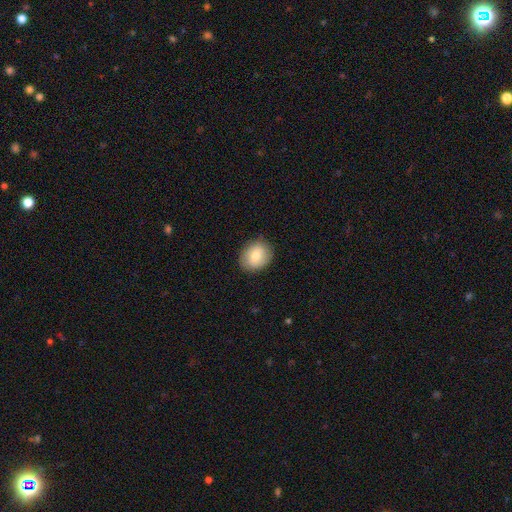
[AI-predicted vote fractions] A smooth galaxy with no disk features (74%) that is round (56%). Merging: none (85%).